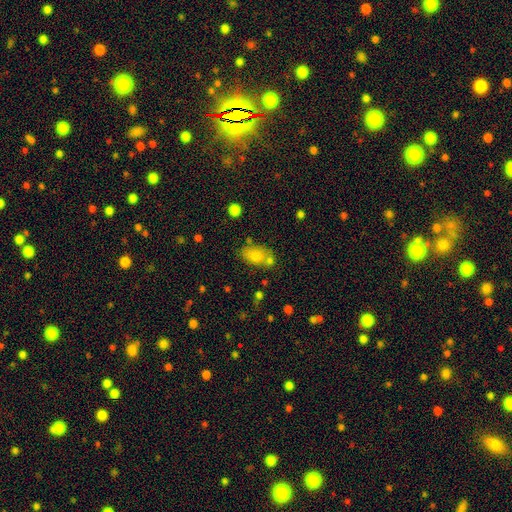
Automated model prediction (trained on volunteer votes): Overall: smooth (78%). How rounded: in between (87%). Merging: none (60%).